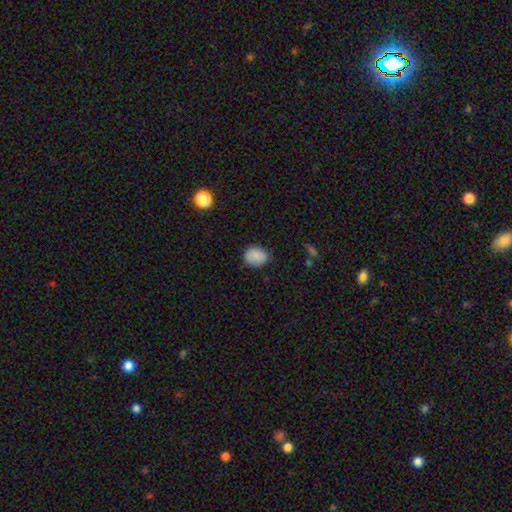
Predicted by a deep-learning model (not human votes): The model was most divided on "how rounded": round: 54%, in between: 45%, cigar-shaped: 1%. More confident: smooth or featured — smooth (83%); merging — none (77%).